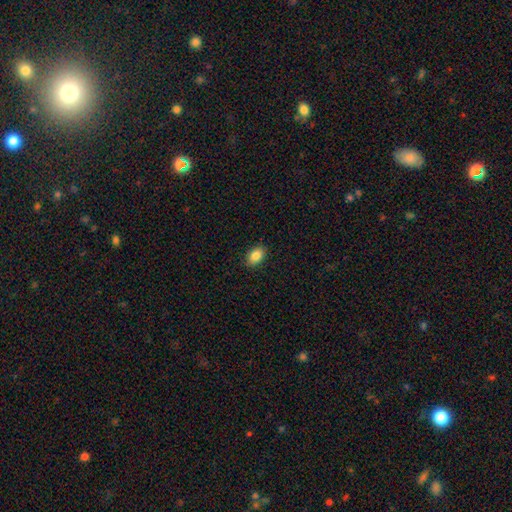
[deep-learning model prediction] This appears to be a smooth galaxy with no disk features (86%) that is in between round and cigar-shaped (86%). Merging: none (89%).